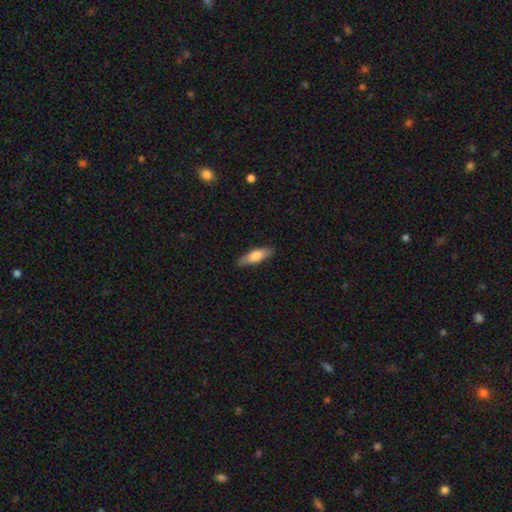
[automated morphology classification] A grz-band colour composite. It shows a smooth galaxy with no disk features (71%) that is in between round and cigar-shaped (55%). Merging: none (86%).